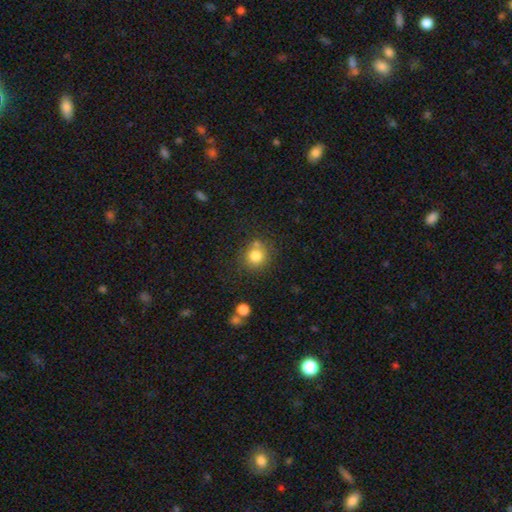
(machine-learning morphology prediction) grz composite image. It shows a smooth galaxy with no disk features (80%) that is round (88%). Merging: none (69%).